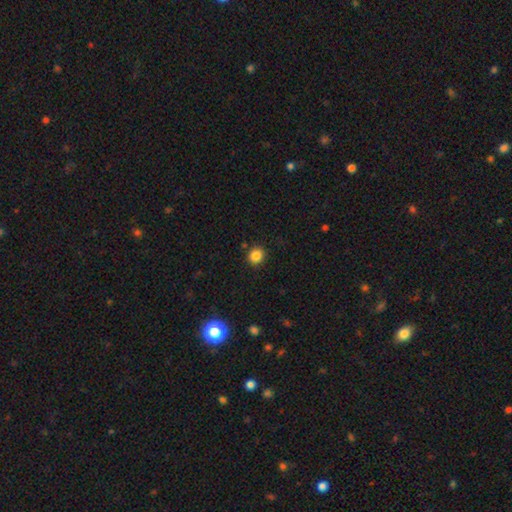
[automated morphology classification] Overall: smooth (85%). How rounded: round (83%). Merging: none (88%).